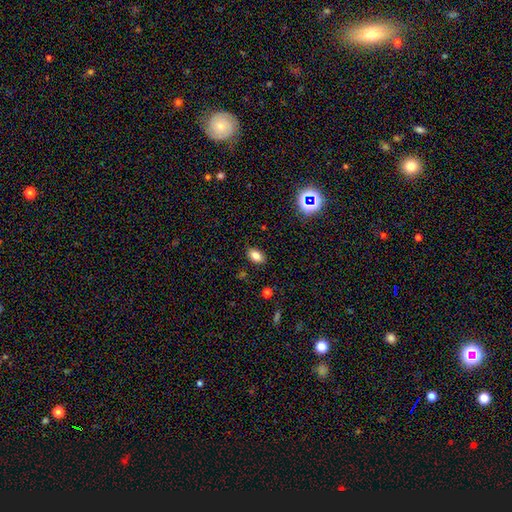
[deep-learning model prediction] smooth_or_featured: smooth (p=0.81) [alt: star or artifact p=0.12]
how_rounded: in between (p=0.88) [alt: round p=0.10]
merging: none (p=0.86) [alt: minor disturbance p=0.10]